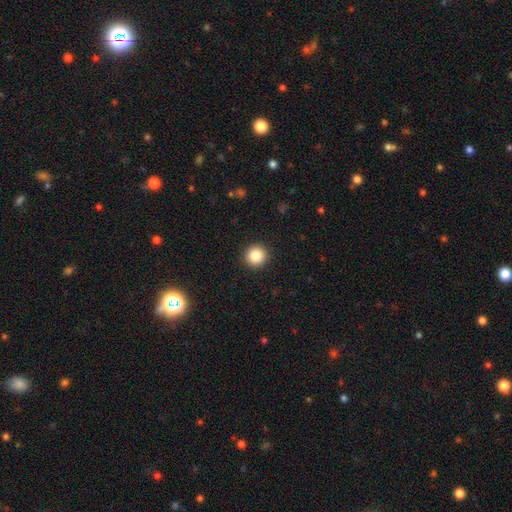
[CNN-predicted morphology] A smooth galaxy with no disk features (85%) that is round (94%).

Vote fractions:
- Smooth or featured? smooth: 85% / star or artifact: 10% / featured or disk: 4%
- How rounded? round: 94% / in between: 5% / cigar-shaped: 1%
- Merging? none: 93% / minor disturbance: 5% / major disturbance: 2% / merger: 1%